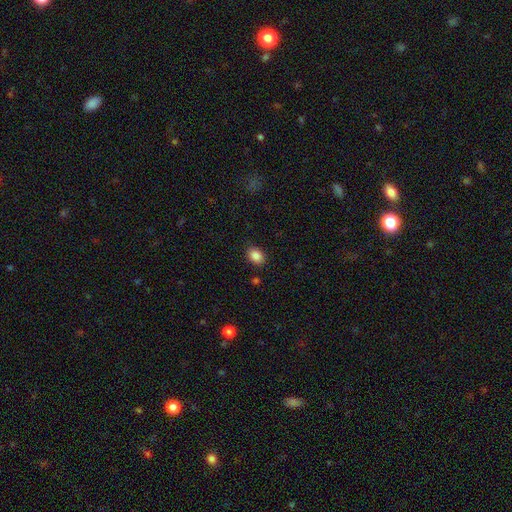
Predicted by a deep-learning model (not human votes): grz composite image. It shows a smooth galaxy with no disk features (87%) that is in between round and cigar-shaped (67%). Merging: none (86%).